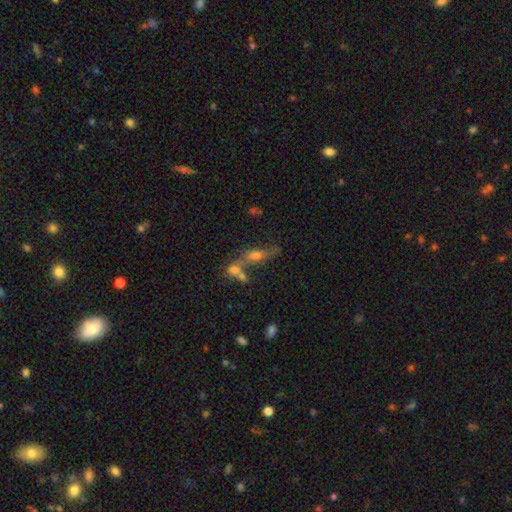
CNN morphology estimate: This is marginally a smooth galaxy (44%). Merging: marginally merger (40%, tied with none).